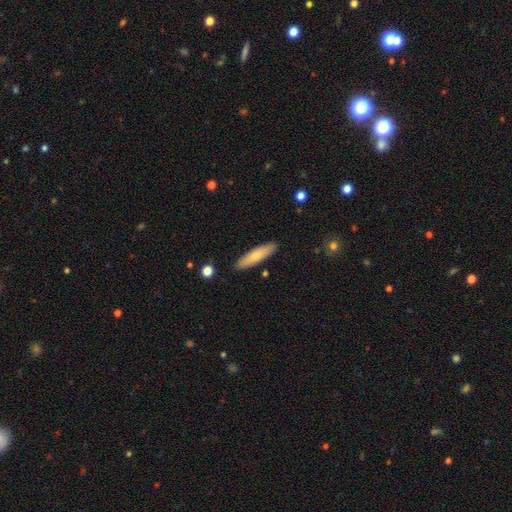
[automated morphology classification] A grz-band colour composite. It shows a smooth galaxy with no disk features (69%) that is cigar-shaped (77%). Merging: none (89%).